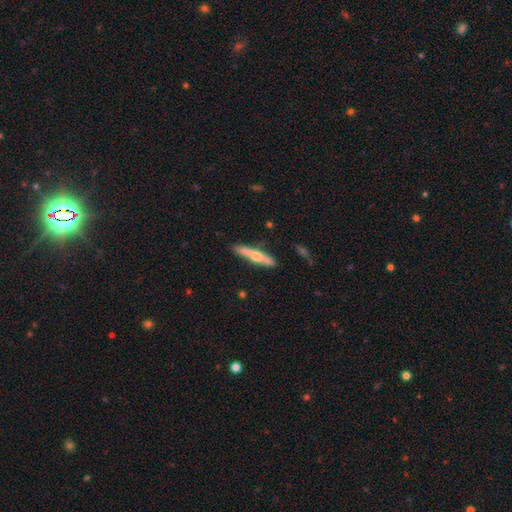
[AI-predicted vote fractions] Overall: featured or disk (55%; smooth 39%). Edge-on disk: yes (94%). Edge-on bulge: rounded (85%). Merging: none (81%).